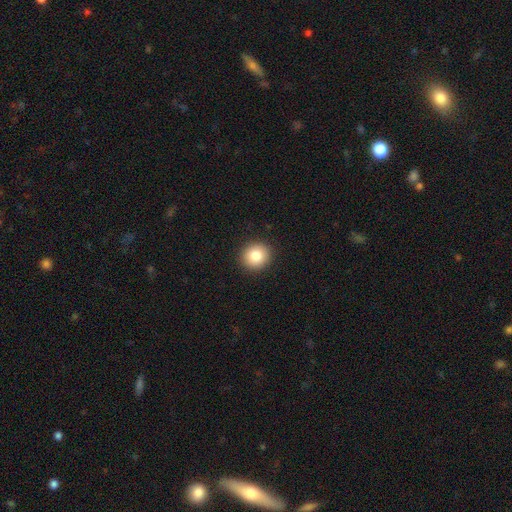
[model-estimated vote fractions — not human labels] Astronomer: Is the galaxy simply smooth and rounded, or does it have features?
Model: smooth — 83%.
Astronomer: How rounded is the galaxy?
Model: round — 89%.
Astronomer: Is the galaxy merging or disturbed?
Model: none — 92%.